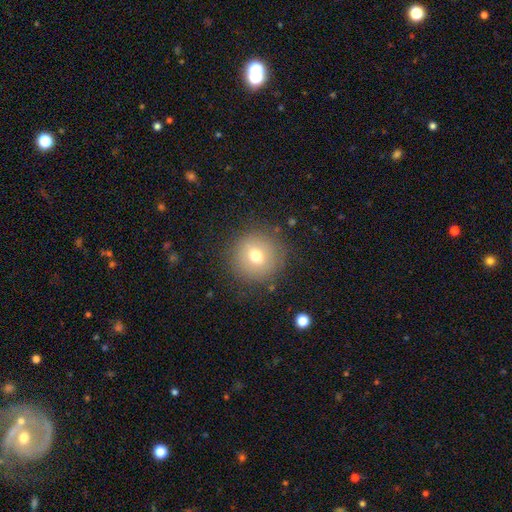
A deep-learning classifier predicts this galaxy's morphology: Q: Smooth or featured?
A: smooth (68%); runner-up: featured or disk (19%)
Q: How rounded?
A: round (94%); runner-up: in between (5%)
Q: Merging?
A: none (85%); runner-up: minor disturbance (9%)